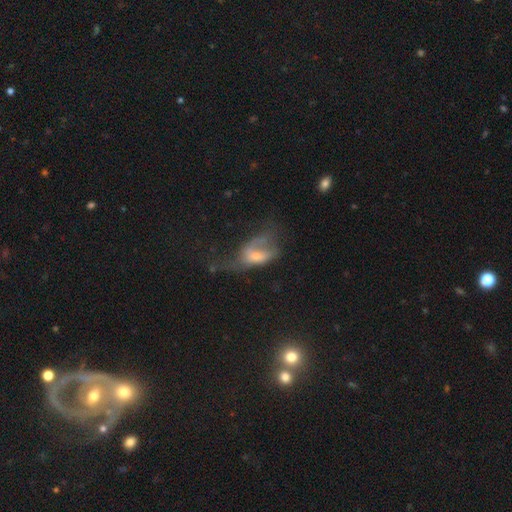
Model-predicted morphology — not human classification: A featured or disk galaxy (49%). Merging: major disturbance (52%).